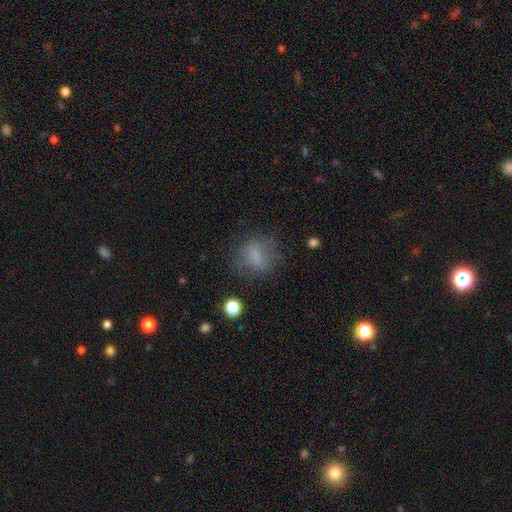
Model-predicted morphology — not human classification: This appears to be a smooth galaxy with no disk features (68%) that is round (62%). Merging: none (67%).